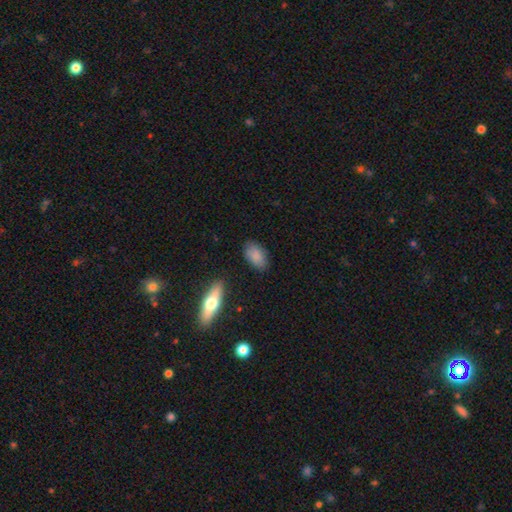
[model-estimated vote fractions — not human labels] The model was most divided on "merging": none: 80%, minor disturbance: 14%, major disturbance: 3%, merger: 2%. More confident: how rounded — in between (93%); smooth or featured — smooth (86%).